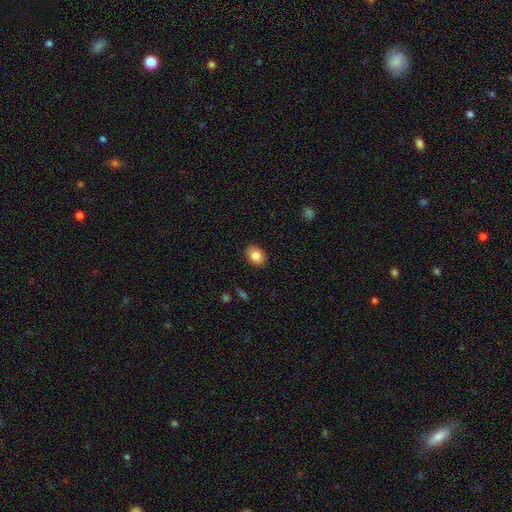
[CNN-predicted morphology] type=smooth (83%); roundness=in between (60%); merging=none (90%).